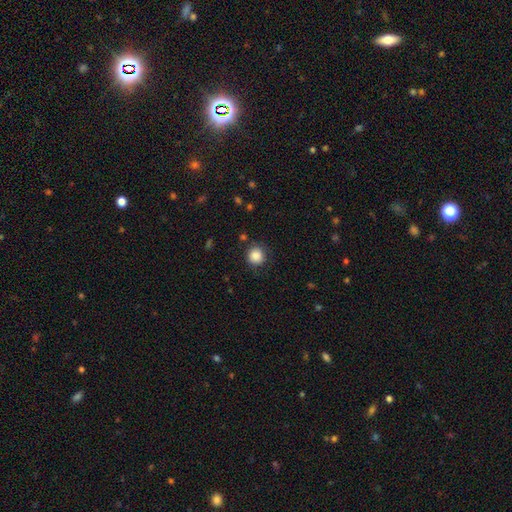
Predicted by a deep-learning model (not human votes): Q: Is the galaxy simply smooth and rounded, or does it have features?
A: smooth — 86%.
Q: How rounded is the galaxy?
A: round — 91%.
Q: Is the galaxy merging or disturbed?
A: none — 83%.